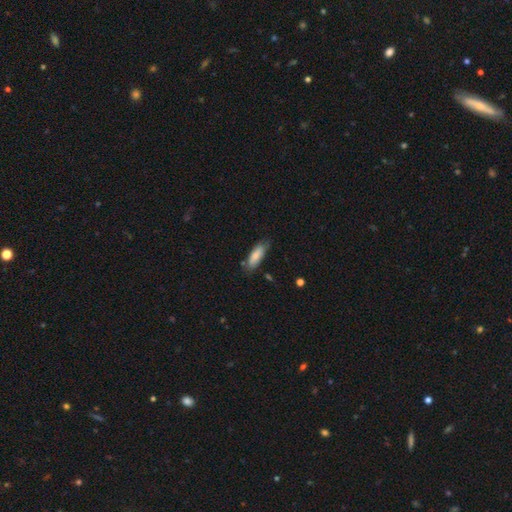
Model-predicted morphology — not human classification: Q: Smooth or featured?
A: smooth (81%); runner-up: featured or disk (13%)
Q: How rounded?
A: in between (64%); runner-up: cigar-shaped (35%)
Q: Merging?
A: none (71%); runner-up: minor disturbance (21%)